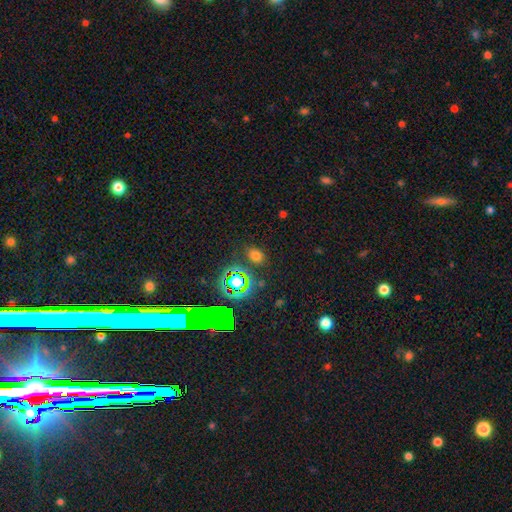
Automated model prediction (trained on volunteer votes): Morphology: type=smooth (65%); roundness=in between (59%); merging=none (83%).